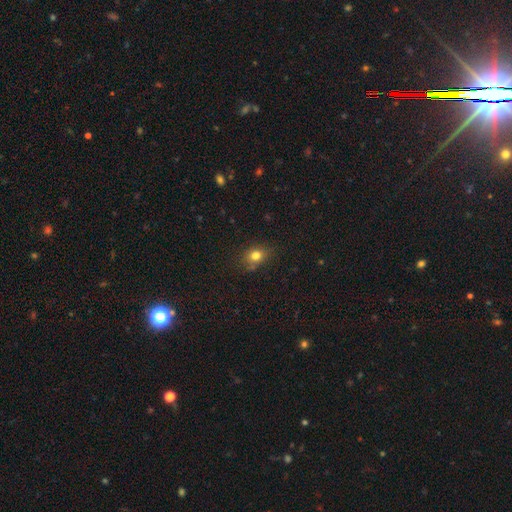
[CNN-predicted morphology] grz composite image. It shows a smooth galaxy with no disk features (78%) that is round (52%). Merging: none (74%).